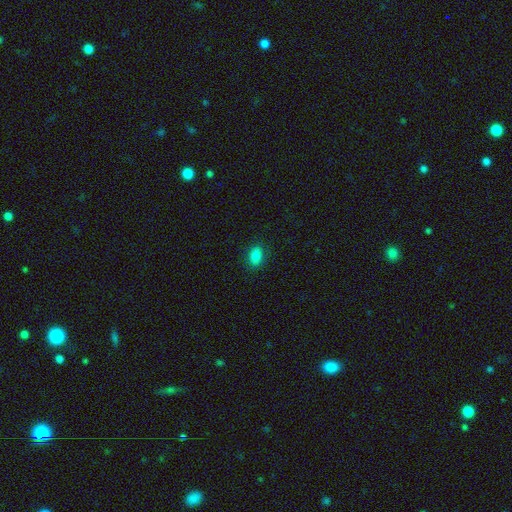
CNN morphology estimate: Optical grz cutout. It shows a smooth galaxy with no disk features (86%) that is in between round and cigar-shaped (86%). Merging: none (87%).